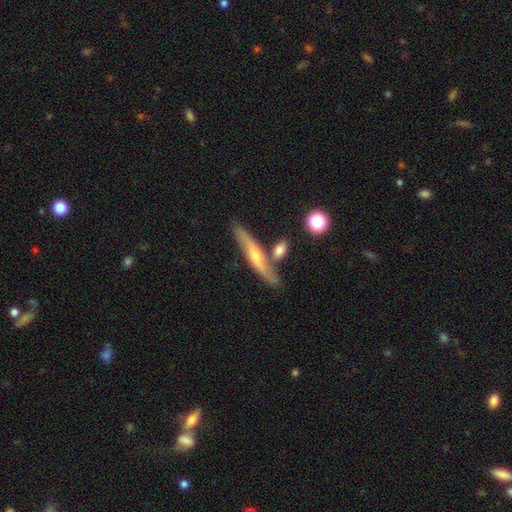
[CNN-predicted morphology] This is possibly a featured or disk galaxy (59%). It is clearly viewed edge-on (83%). Merging: likely none (71%).